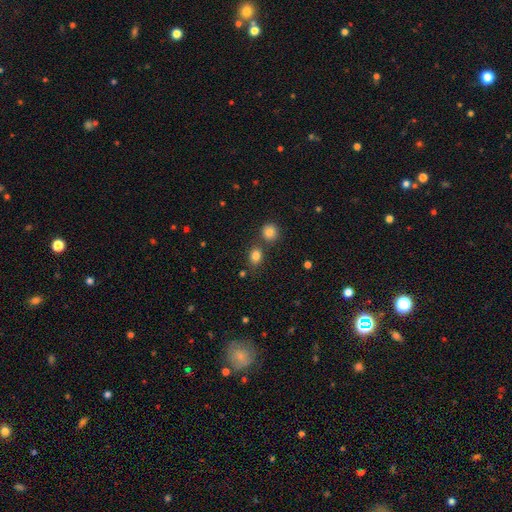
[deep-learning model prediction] smooth_or_featured: smooth (p=0.82) [alt: star or artifact p=0.12]
how_rounded: in between (p=0.50) [alt: round p=0.49]
merging: none (p=0.72) [alt: merger p=0.15]